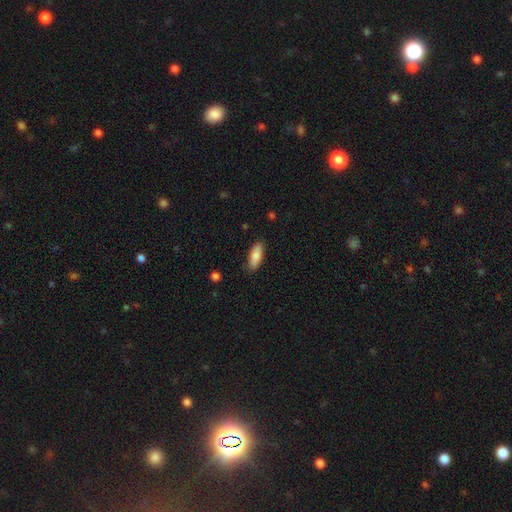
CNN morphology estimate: Smooth or featured?
  - smooth: 83% *
  - featured or disk: 11%
  - star or artifact: 6%
How rounded?
  - in between: 73% *
  - cigar-shaped: 25%
  - round: 2%
Merging?
  - none: 86% *
  - minor disturbance: 11%
  - major disturbance: 2%
  - merger: 1%